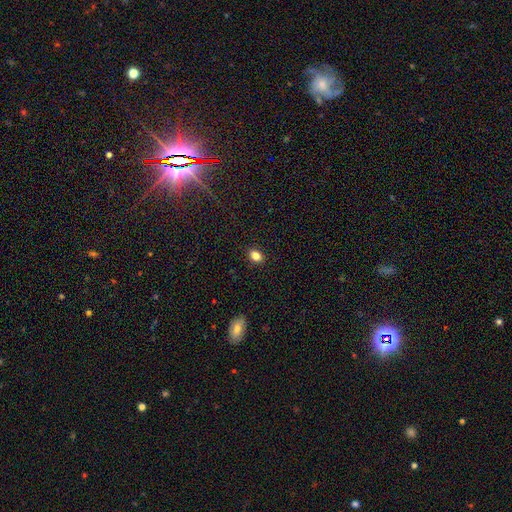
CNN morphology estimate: A smooth galaxy with no disk features (83%) that is in between round and cigar-shaped (69%).

Vote fractions:
- Smooth or featured? smooth: 83% / star or artifact: 11% / featured or disk: 6%
- How rounded? in between: 69% / round: 29% / cigar-shaped: 1%
- Merging? none: 89% / minor disturbance: 8% / major disturbance: 2% / merger: 1%